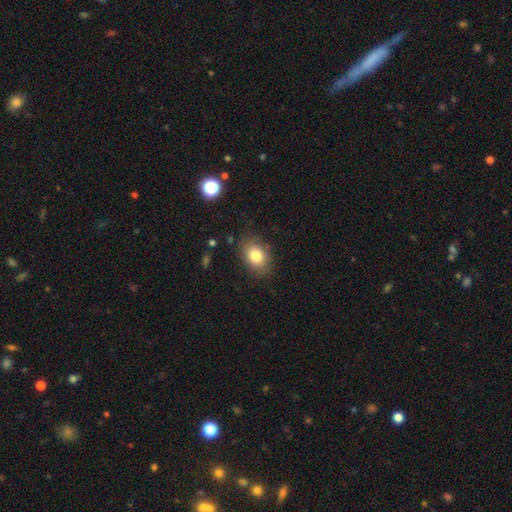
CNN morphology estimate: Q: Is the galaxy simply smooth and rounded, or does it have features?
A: smooth — 80%.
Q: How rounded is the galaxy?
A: in between — 73%.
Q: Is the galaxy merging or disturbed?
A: none — 81%.